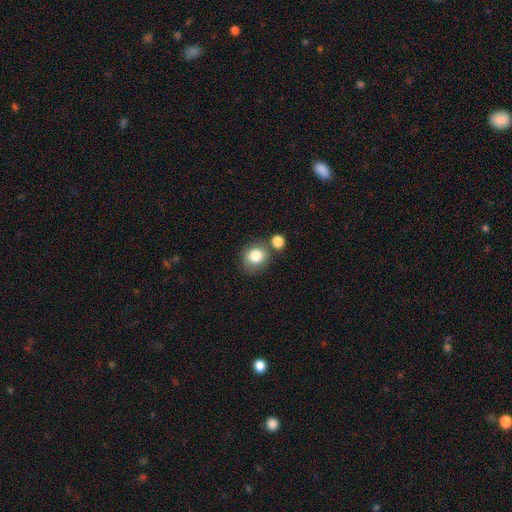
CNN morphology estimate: Overall: smooth (82%). How rounded: round (75%). Merging: none (66%).